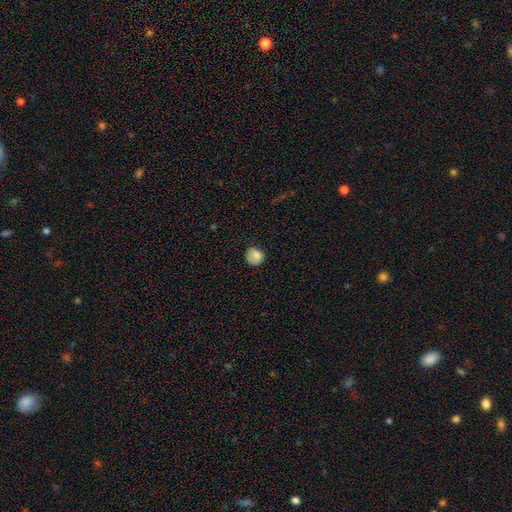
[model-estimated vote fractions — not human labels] A smooth galaxy with no disk features (77%) that is round (71%). Merging: none (58%).